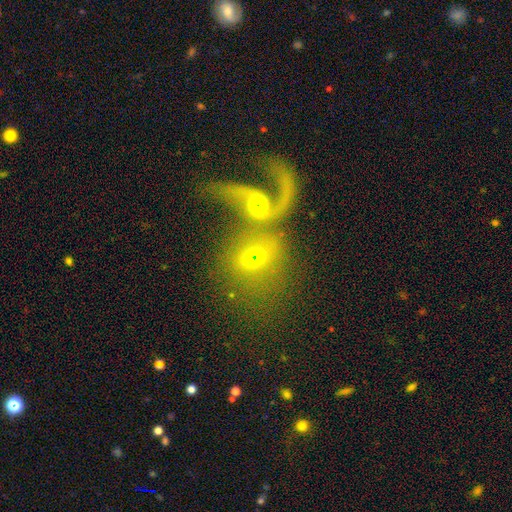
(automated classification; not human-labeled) Overall: featured or disk (51%; smooth 28%). Edge-on disk: no (94%). Merging: merger (61%).